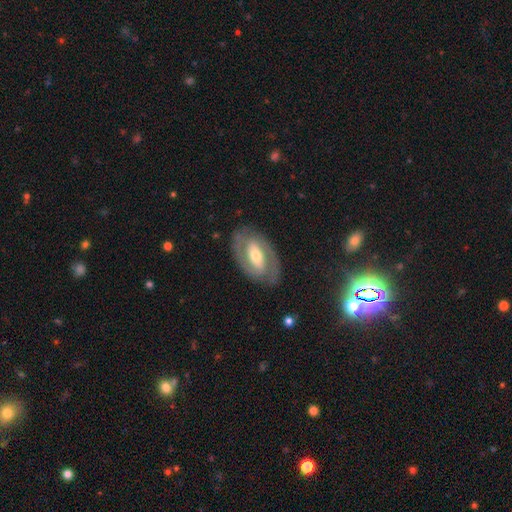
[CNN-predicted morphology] A featured or disk galaxy (77%) with a strong bar (48%), 2 (83%) tight (49%) spiral arms (76%) and a moderate central bulge (58%). Merging: none (82%).